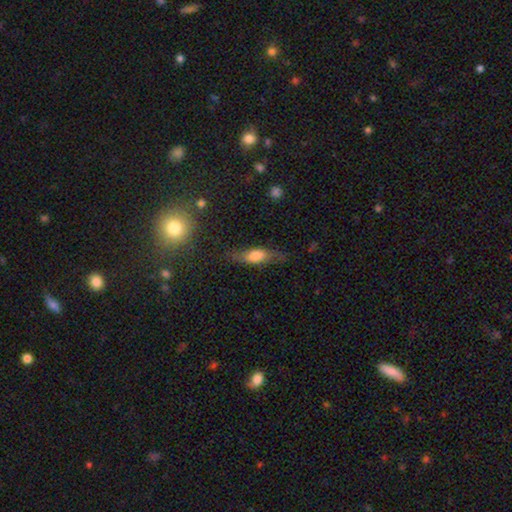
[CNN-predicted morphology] smooth 61%, featured or disk 30%, star or artifact 9%. Down the decision tree: how rounded — in between (56%); merging — none (67%).